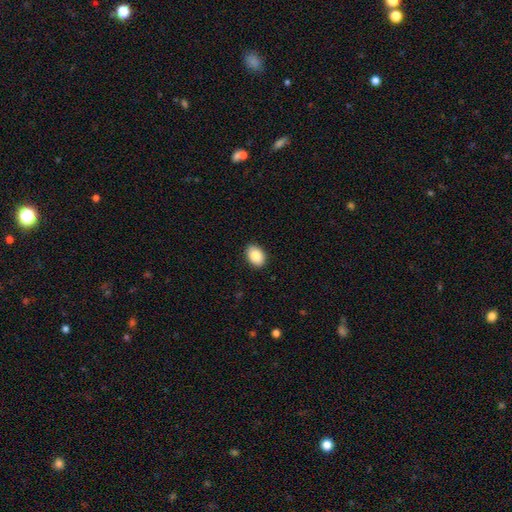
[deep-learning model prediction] smooth_or_featured: smooth (p=0.88) [alt: star or artifact p=0.07]
how_rounded: in between (p=0.83) [alt: round p=0.16]
merging: none (p=0.89) [alt: minor disturbance p=0.08]